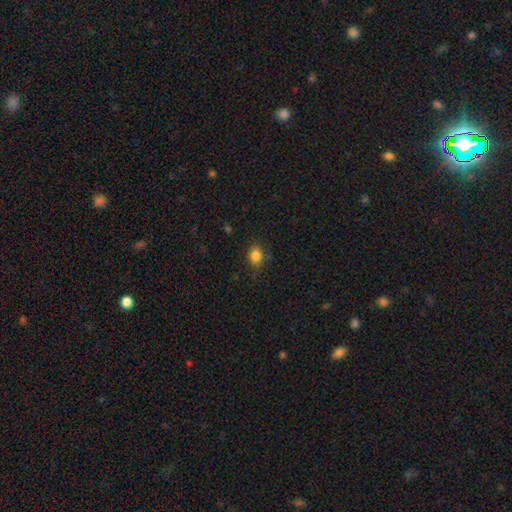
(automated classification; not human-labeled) Morphology: type=smooth (84%); roundness=in between (51%); merging=none (79%).